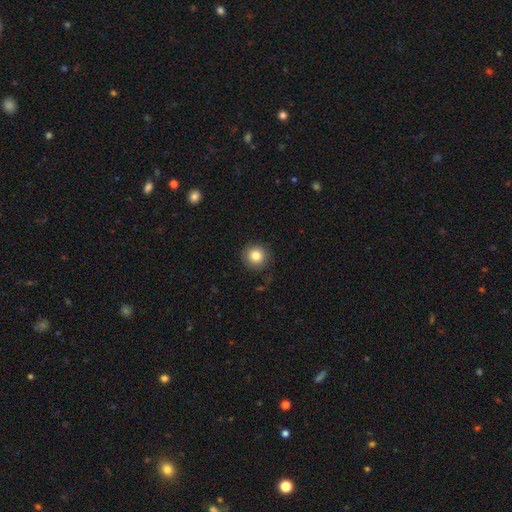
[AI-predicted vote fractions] The model was most divided on "smooth or featured": smooth: 81%, star or artifact: 10%, featured or disk: 8%. More confident: how rounded — round (94%); merging — none (87%).